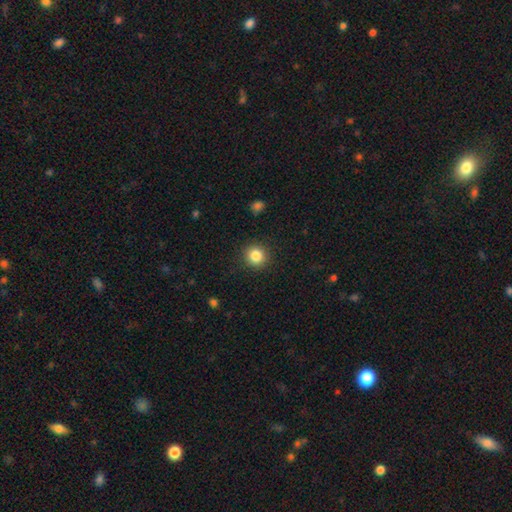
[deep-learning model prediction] Smooth or featured: smooth — 84% (star or artifact — 10%)
How rounded: round — 91% (in between — 8%)
Merging: none — 90% (minor disturbance — 6%)